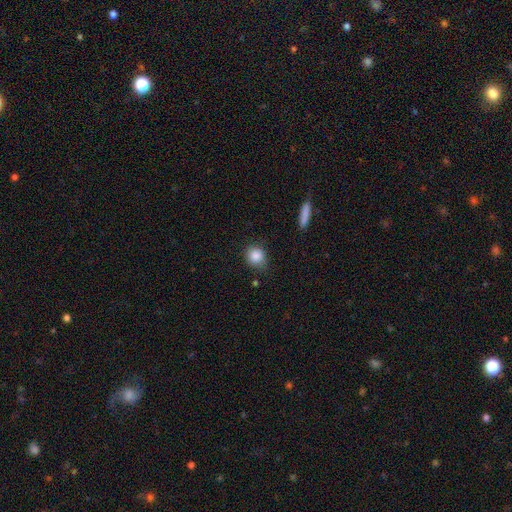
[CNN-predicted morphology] Smooth or featured: smooth — 86% (star or artifact — 9%)
How rounded: round — 78% (in between — 21%)
Merging: none — 72% (minor disturbance — 21%)